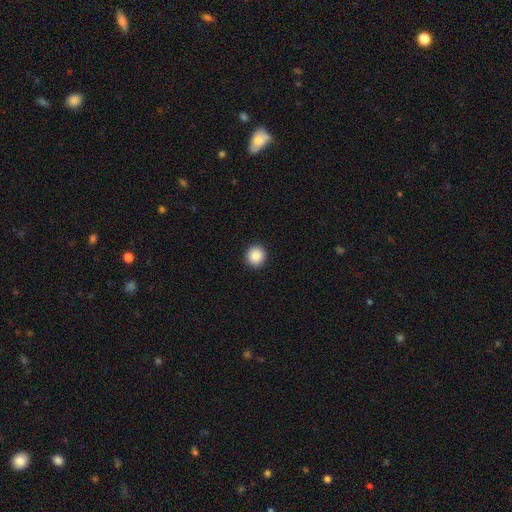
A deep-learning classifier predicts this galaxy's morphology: smooth-or-featured: smooth: 88% | star or artifact: 9% | featured or disk: 4%
  how-rounded: round: 93% | in between: 6% | cigar-shaped: 1%
  merging: none: 93% | minor disturbance: 4% | major disturbance: 2% | merger: 1%